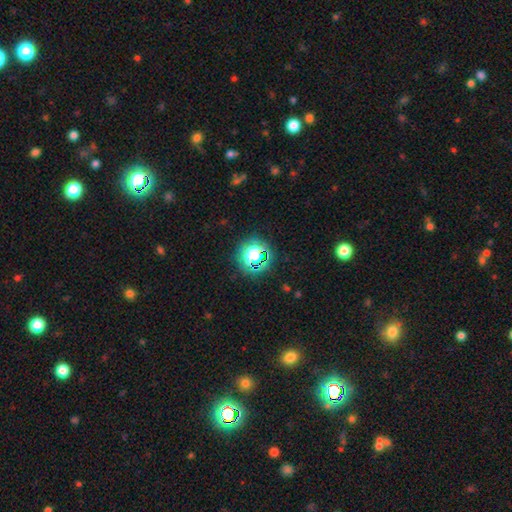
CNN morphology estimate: The model was most divided on "smooth or featured": star or artifact: 60%, smooth: 29%, featured or disk: 11%.